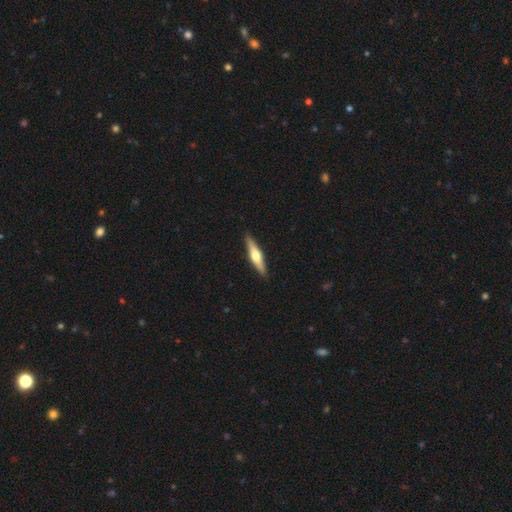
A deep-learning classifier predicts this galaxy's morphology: This appears to be a featured or disk galaxy (62%) viewed edge-on (96%) with a rounded central bulge (94%). Merging: none (91%).